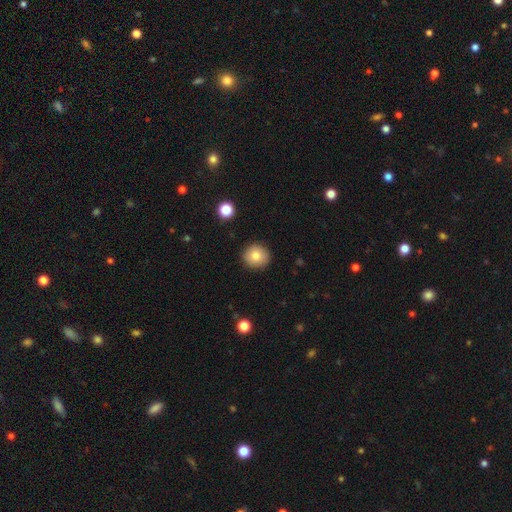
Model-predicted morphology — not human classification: Smooth or featured?
  - smooth: 83% *
  - star or artifact: 9%
  - featured or disk: 8%
How rounded?
  - round: 89% *
  - in between: 10%
  - cigar-shaped: 1%
Merging?
  - none: 90% *
  - minor disturbance: 7%
  - major disturbance: 2%
  - merger: 1%